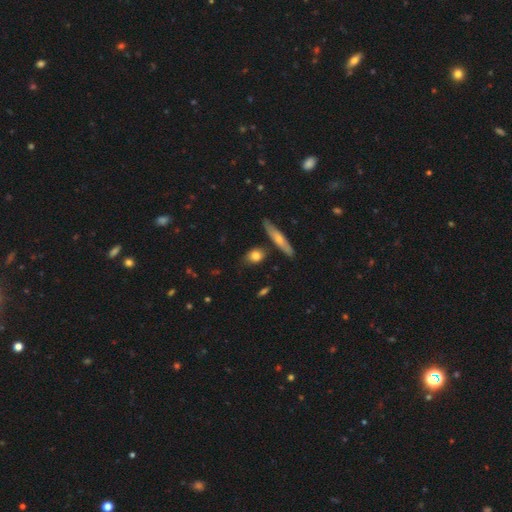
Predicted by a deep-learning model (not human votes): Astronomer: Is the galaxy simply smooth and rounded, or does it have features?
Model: smooth — 76%.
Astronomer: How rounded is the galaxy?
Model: in between — 43% (runner-up: round, 37%).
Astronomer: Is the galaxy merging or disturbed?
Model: none — 75%.